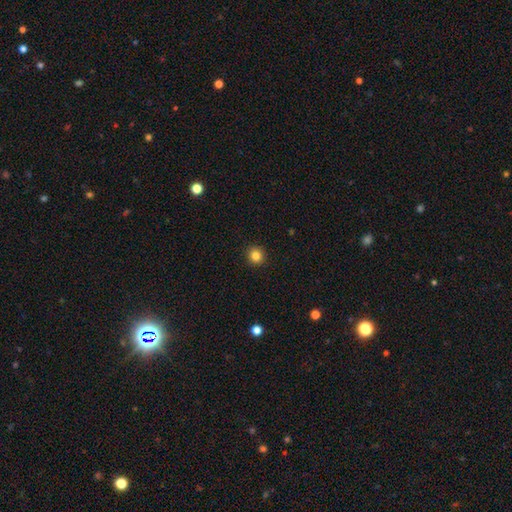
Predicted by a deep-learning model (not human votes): Smooth or featured: smooth — 83% (star or artifact — 12%)
How rounded: round — 92% (in between — 7%)
Merging: none — 92% (minor disturbance — 5%)